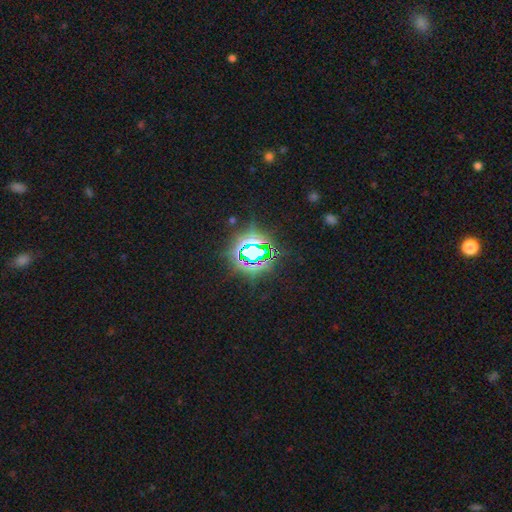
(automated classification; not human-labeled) A star or artifact, not a galaxy (79%).